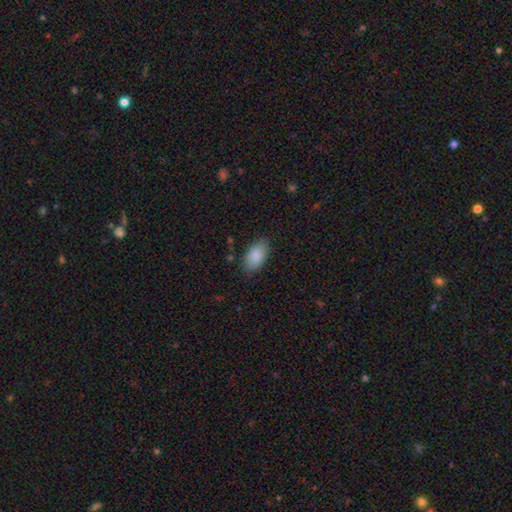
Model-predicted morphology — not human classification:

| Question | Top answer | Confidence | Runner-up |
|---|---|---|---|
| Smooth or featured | smooth | 88% | star or artifact (6%) |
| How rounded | in between | 94% | round (3%) |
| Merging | none | 81% | minor disturbance (14%) |